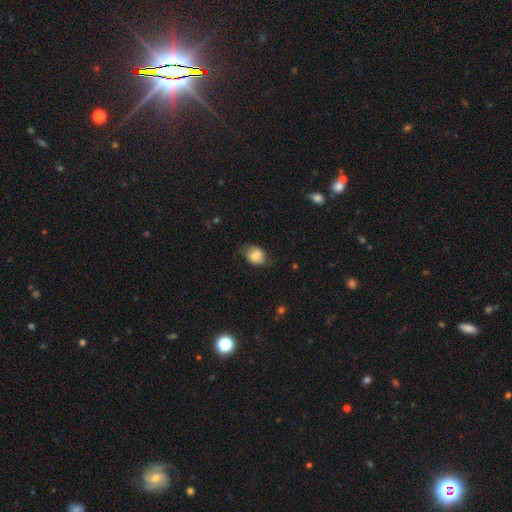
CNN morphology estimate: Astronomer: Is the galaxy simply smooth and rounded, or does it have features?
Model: smooth — 72%.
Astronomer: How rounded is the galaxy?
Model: in between — 59% (runner-up: round, 40%).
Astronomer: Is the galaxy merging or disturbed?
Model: none — 64%.